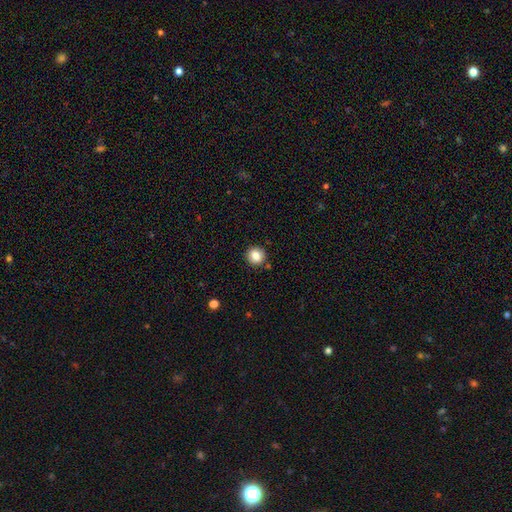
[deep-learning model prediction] A smooth galaxy with no disk features (84%) that is round (89%).

Vote fractions:
- Smooth or featured? smooth: 84% / star or artifact: 10% / featured or disk: 6%
- How rounded? round: 89% / in between: 10% / cigar-shaped: 1%
- Merging? none: 88% / minor disturbance: 7% / merger: 3% / major disturbance: 2%